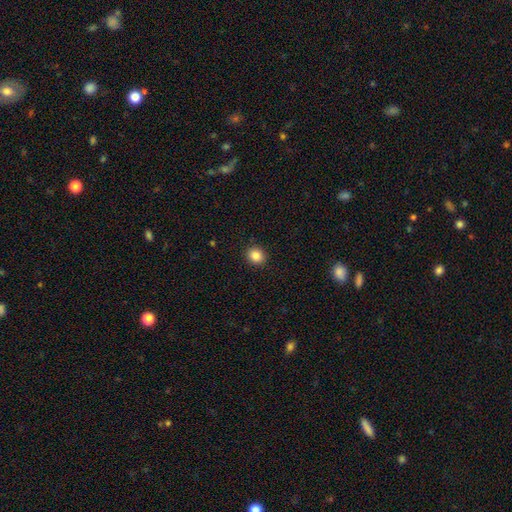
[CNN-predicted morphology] Q: Smooth or featured?
A: smooth (86%); runner-up: star or artifact (10%)
Q: How rounded?
A: round (77%); runner-up: in between (23%)
Q: Merging?
A: none (91%); runner-up: minor disturbance (6%)